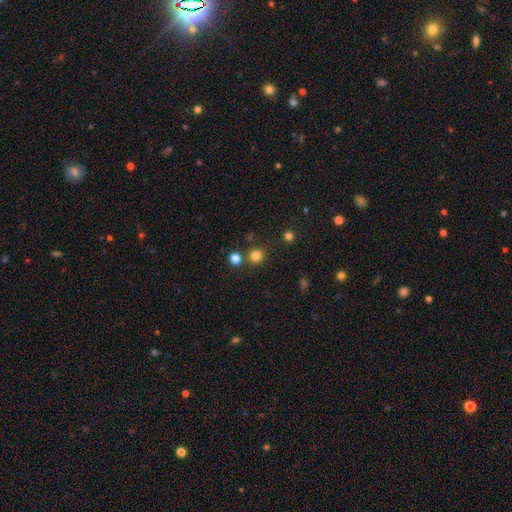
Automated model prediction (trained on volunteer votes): Smooth or featured? Predicted: smooth (p=0.80). How rounded? Predicted: round (p=0.88). Merging? Predicted: none (p=0.80).